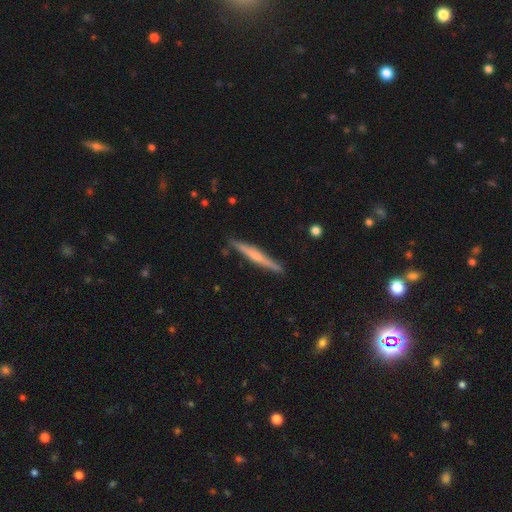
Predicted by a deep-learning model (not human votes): This appears to be a featured or disk galaxy (58%) viewed edge-on (97%) with a rounded central bulge (52%). Merging: none (89%).